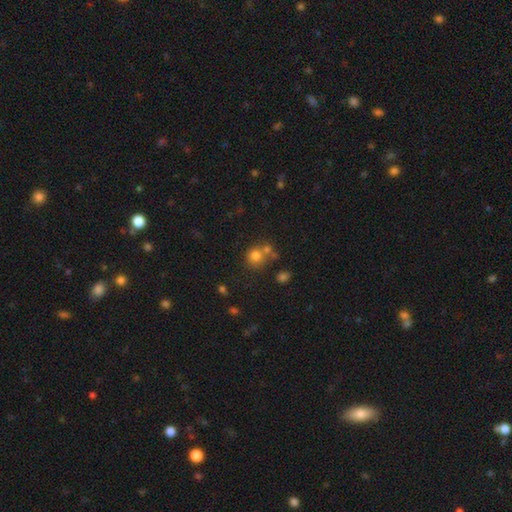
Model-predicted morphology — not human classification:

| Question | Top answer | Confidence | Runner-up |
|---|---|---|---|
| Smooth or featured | smooth | 75% | star or artifact (14%) |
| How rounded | round | 83% | in between (16%) |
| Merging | none | 53% | merger (31%) |